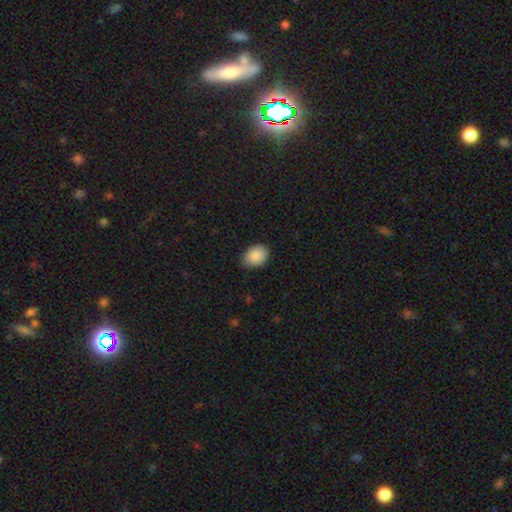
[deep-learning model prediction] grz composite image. It shows a smooth galaxy with no disk features (89%) that is in between round and cigar-shaped (69%). Merging: none (80%).